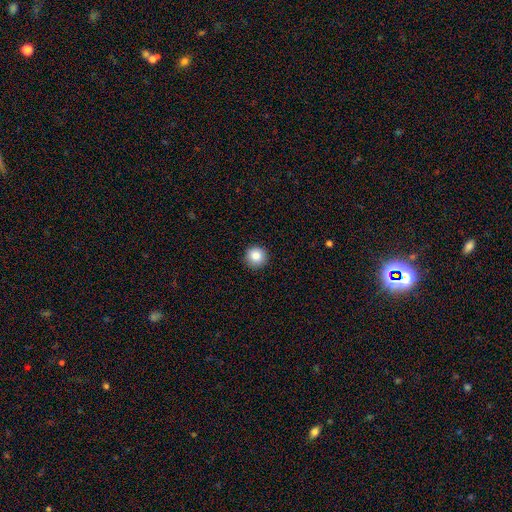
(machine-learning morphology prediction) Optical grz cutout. It shows a smooth galaxy with no disk features (86%) that is round (95%). Merging: none (91%).